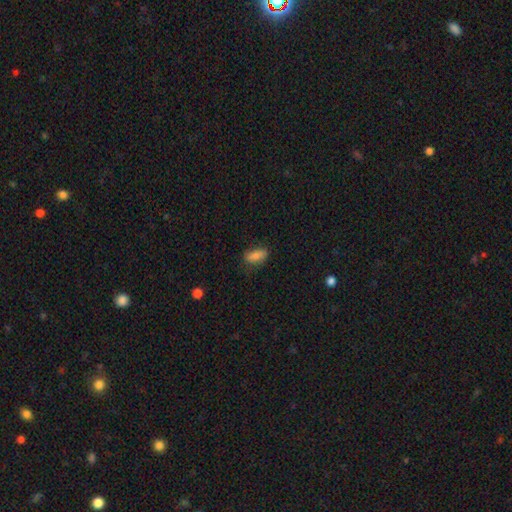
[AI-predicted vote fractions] This is clearly a smooth galaxy (80%). How rounded: clearly in between (87%). Merging: likely none (74%).